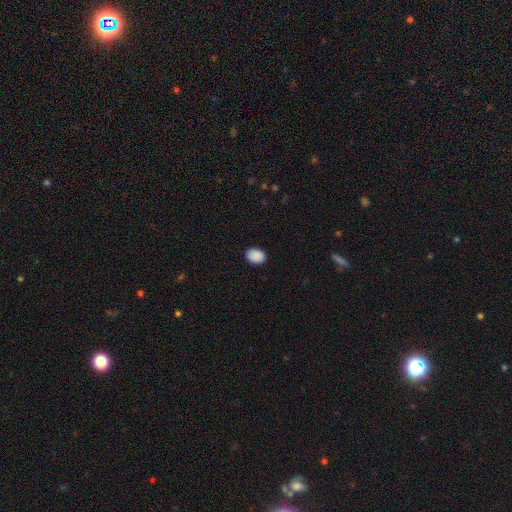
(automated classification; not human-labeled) Smooth or featured? smooth (90%)
How rounded? in between (70%)
Merging? none (89%)